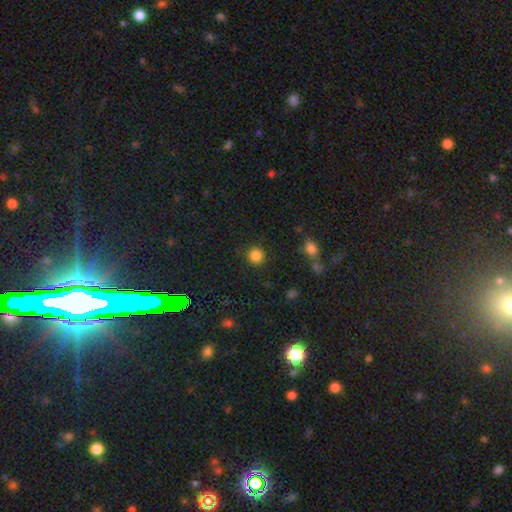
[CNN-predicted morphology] smooth 85%, star or artifact 12%, featured or disk 4%. Down the decision tree: how rounded — round (93%); merging — none (90%).